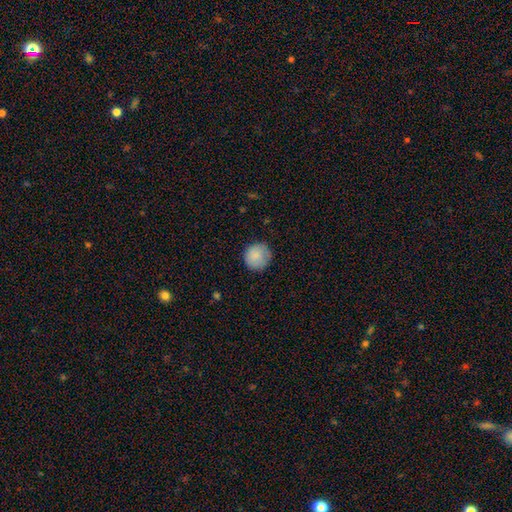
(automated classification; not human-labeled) Smooth or featured: smooth — 86% (star or artifact — 7%)
How rounded: round — 91% (in between — 8%)
Merging: none — 80% (minor disturbance — 15%)